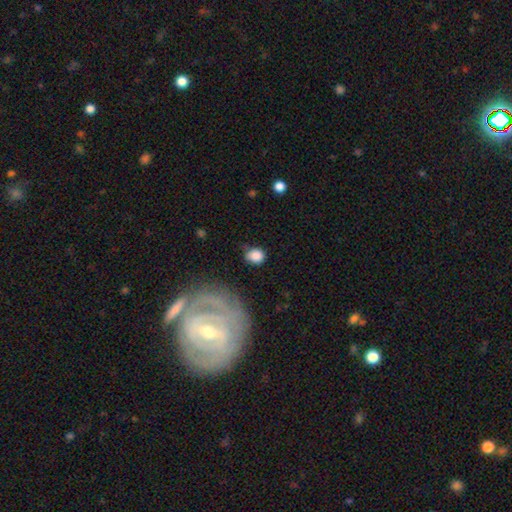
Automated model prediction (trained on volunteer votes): smooth_or_featured: smooth (p=0.82) [alt: featured or disk p=0.10]
how_rounded: round (p=0.62) [alt: in between p=0.36]
merging: none (p=0.65) [alt: minor disturbance p=0.22]